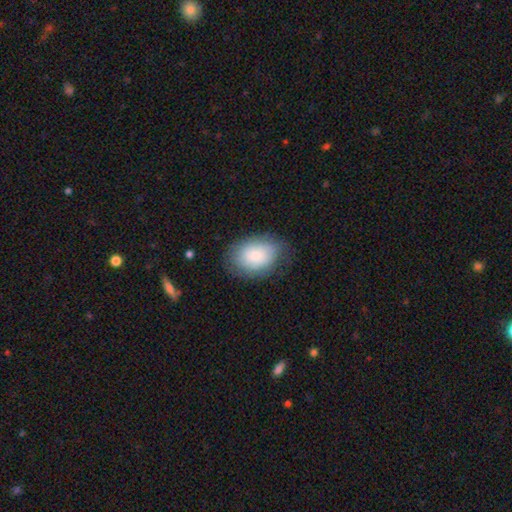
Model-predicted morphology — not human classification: Smooth or featured? smooth (76%)
How rounded? in between (76%)
Merging? none (74%)